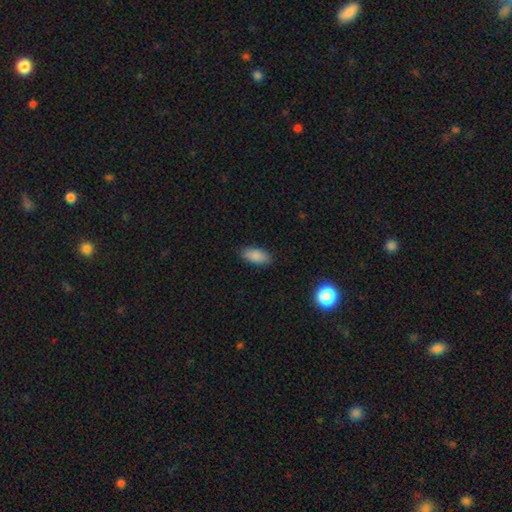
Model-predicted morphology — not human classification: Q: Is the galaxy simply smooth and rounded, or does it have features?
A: smooth — 87%.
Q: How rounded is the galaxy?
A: in between — 90%.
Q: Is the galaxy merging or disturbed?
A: none — 87%.